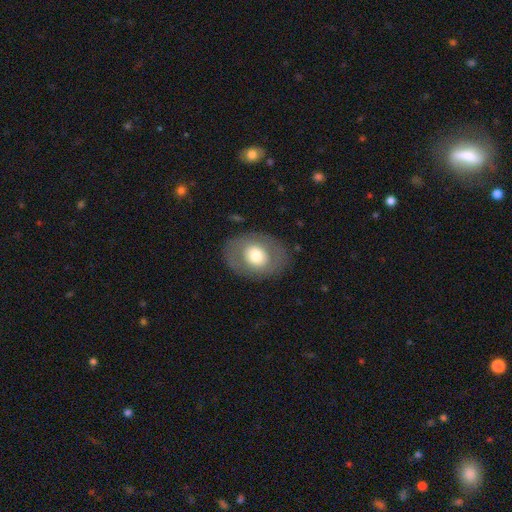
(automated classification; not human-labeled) Overall: smooth (60%; featured or disk 33%). How rounded: in between (61%; round 39%). Merging: none (81%).